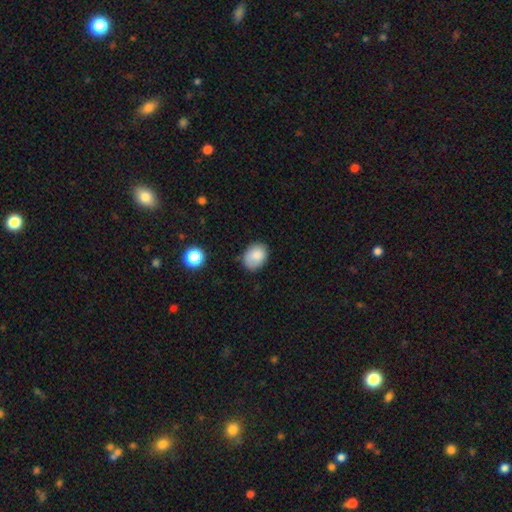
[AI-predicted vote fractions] A smooth galaxy with no disk features (85%) that is in between round and cigar-shaped (64%). Merging: none (75%).